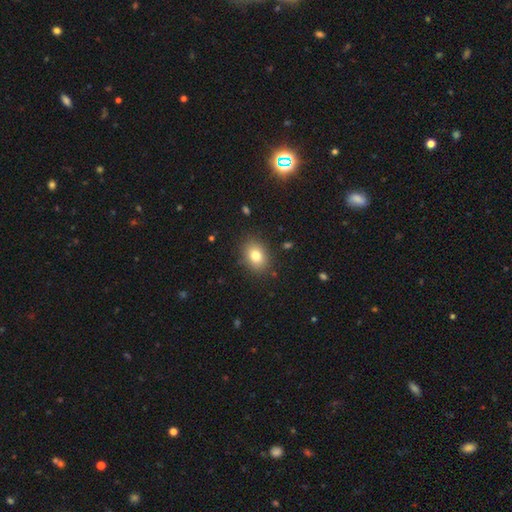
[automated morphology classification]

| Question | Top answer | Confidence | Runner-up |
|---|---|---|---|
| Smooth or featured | smooth | 80% | star or artifact (10%) |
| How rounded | in between | 65% | round (34%) |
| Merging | none | 86% | minor disturbance (9%) |